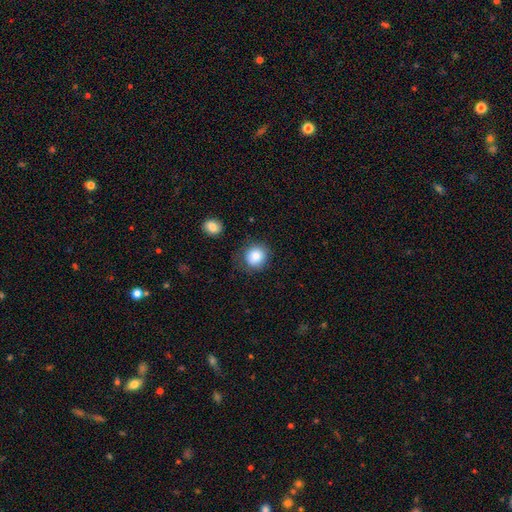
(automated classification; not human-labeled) Smooth or featured? Predicted: smooth (p=0.85). How rounded? Predicted: round (p=0.85). Merging? Predicted: none (p=0.78).